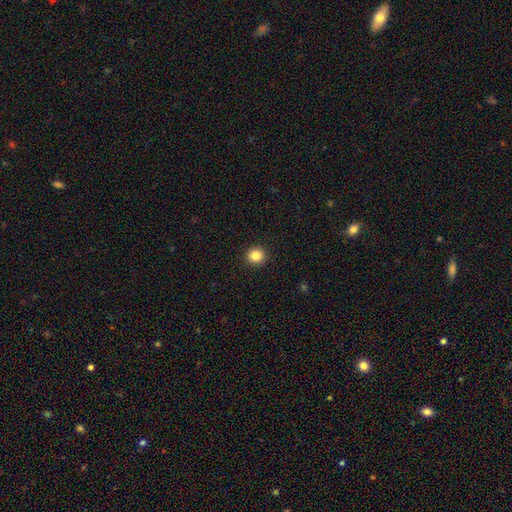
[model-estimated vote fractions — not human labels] A smooth galaxy with no disk features (85%) that is round (91%). Merging: none (93%).